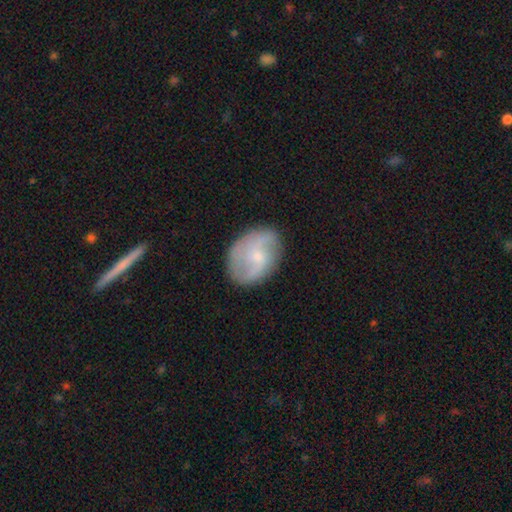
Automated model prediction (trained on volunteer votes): The model was most divided on "spiral winding": loose: 43%, medium: 39%, tight: 18%. More confident: edge-on disk — no (97%); spiral arms — yes (85%); merging — none (76%); bulge size — small (67%); spiral arm count — 2 (64%); smooth or featured — featured or disk (62%); bar — no (56%).